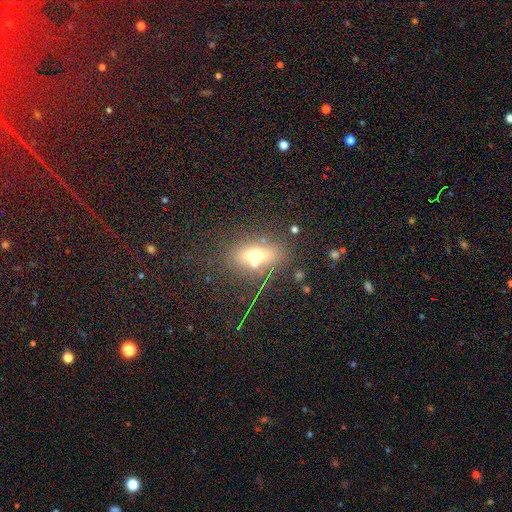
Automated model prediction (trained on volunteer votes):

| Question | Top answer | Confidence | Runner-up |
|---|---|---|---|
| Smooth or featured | smooth | 54% | featured or disk (28%) |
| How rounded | in between | 68% | round (20%) |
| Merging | none | 71% | minor disturbance (12%) |